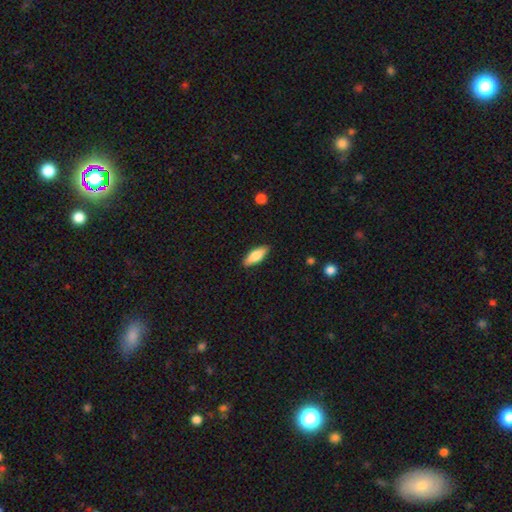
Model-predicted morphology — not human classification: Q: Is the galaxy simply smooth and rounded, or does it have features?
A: smooth — 76%.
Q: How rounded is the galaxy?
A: in between — 68%.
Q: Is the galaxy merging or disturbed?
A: none — 88%.